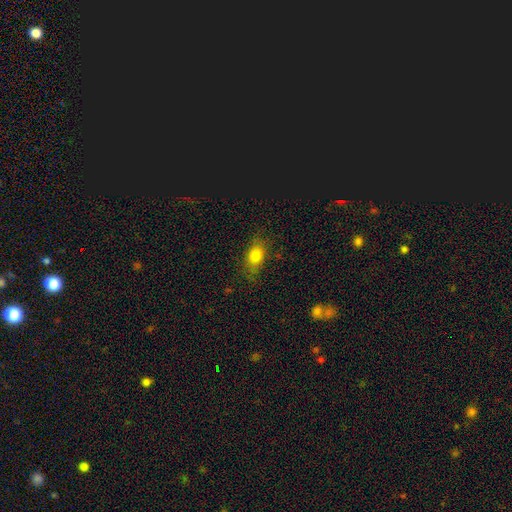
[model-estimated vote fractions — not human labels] Q: Smooth or featured?
A: smooth (80%); runner-up: featured or disk (10%)
Q: How rounded?
A: in between (76%); runner-up: round (18%)
Q: Merging?
A: none (74%); runner-up: minor disturbance (19%)